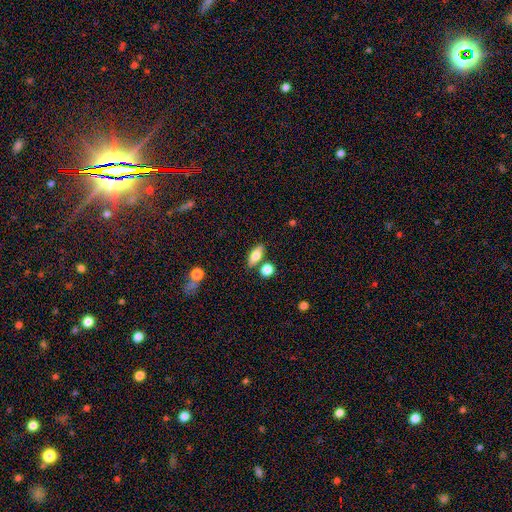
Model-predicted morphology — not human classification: smooth 73%, featured or disk 19%, star or artifact 8%. Down the decision tree: how rounded — in between (73%); merging — none (76%).